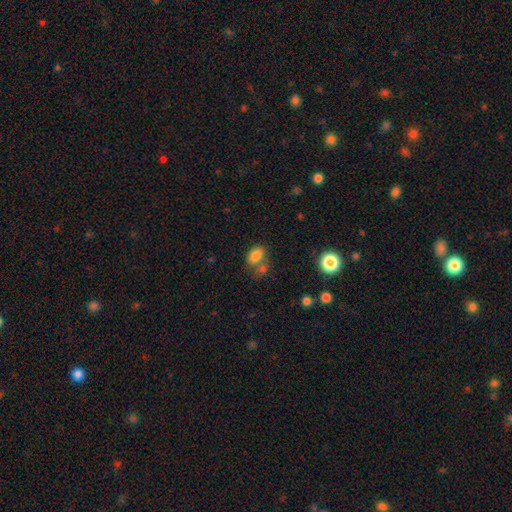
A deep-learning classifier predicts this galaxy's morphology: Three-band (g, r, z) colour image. It shows a smooth galaxy with no disk features (82%) that is in between round and cigar-shaped (81%). Merging: none (47%).